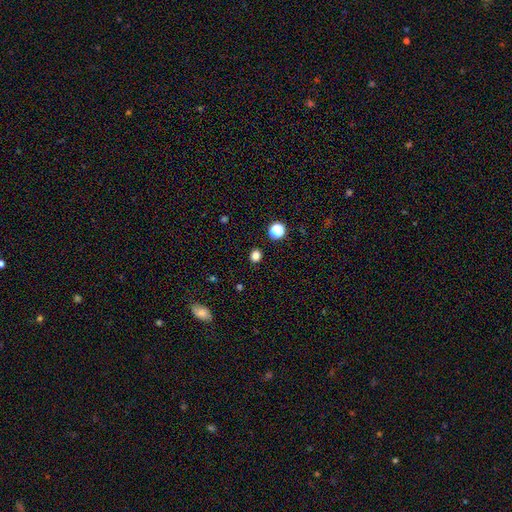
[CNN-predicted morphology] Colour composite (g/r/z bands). It shows a smooth galaxy with no disk features (81%) that is round (75%). Merging: none (90%).